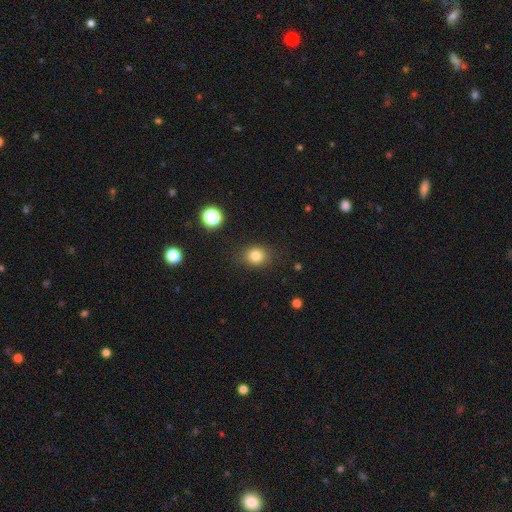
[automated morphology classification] A smooth galaxy with no disk features (81%) that is round (65%). Merging: none (84%).